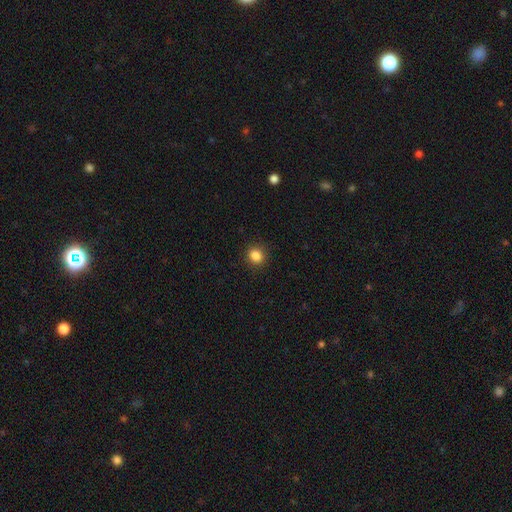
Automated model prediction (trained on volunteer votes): This appears to be a smooth galaxy with no disk features (85%) that is round (80%). Merging: none (91%).